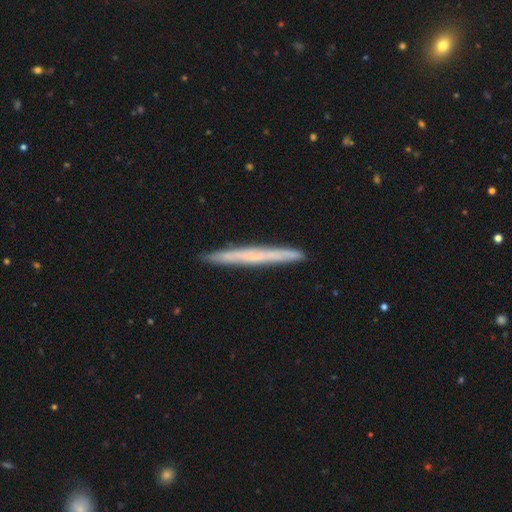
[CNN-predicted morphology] Smooth or featured? smooth (47%)
Merging? none (91%)